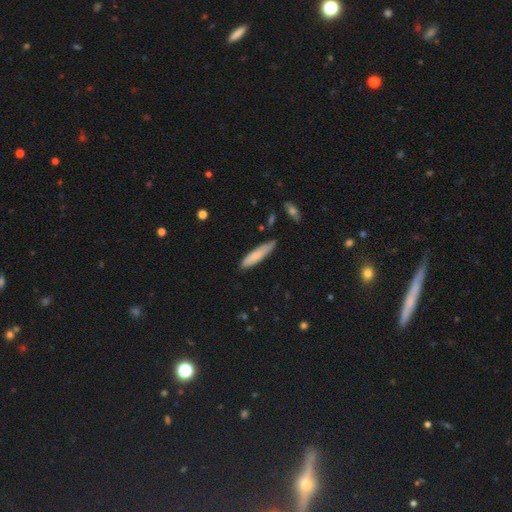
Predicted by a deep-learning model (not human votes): A smooth galaxy with no disk features (78%) that is cigar-shaped (80%).

Vote fractions:
- Smooth or featured? smooth: 78% / featured or disk: 16% / star or artifact: 6%
- How rounded? cigar-shaped: 80% / in between: 19% / round: 1%
- Merging? none: 75% / minor disturbance: 20% / major disturbance: 3% / merger: 2%